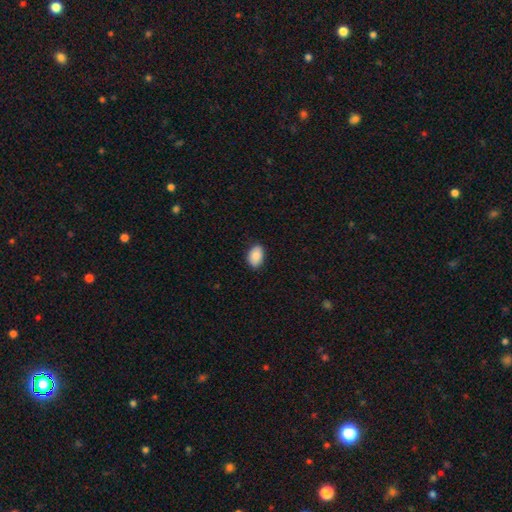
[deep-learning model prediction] Smooth or featured?
  - smooth: 88% *
  - star or artifact: 7%
  - featured or disk: 4%
How rounded?
  - in between: 89% *
  - round: 10%
  - cigar-shaped: 1%
Merging?
  - none: 86% *
  - minor disturbance: 11%
  - major disturbance: 2%
  - merger: 1%